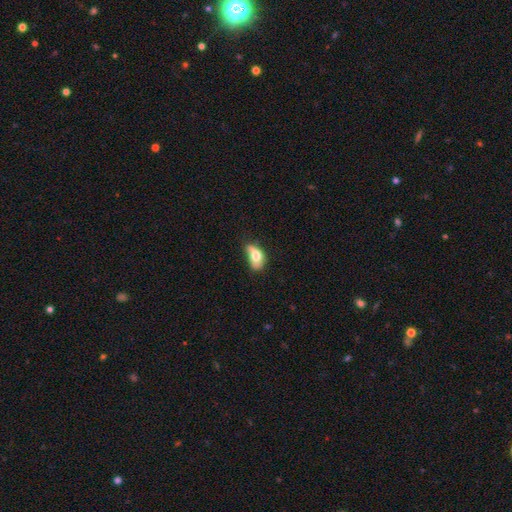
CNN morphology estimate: Smooth or featured?
  - smooth: 69% *
  - featured or disk: 23%
  - star or artifact: 8%
How rounded?
  - in between: 86% *
  - round: 12%
  - cigar-shaped: 2%
Merging?
  - minor disturbance: 38% *
  - major disturbance: 28%
  - none: 26%
  - merger: 8%